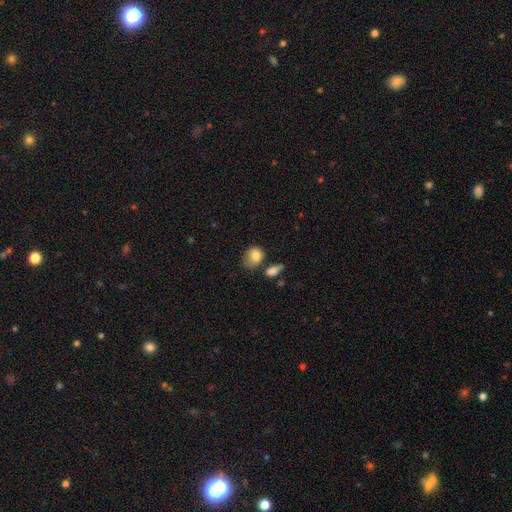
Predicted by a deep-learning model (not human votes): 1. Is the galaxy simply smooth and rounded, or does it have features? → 79% smooth, 12% featured or disk, 9% star or artifact.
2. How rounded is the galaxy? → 54% in between, 45% round, 1% cigar-shaped.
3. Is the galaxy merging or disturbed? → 35% none, 34% minor disturbance, 16% major disturbance, 14% merger.